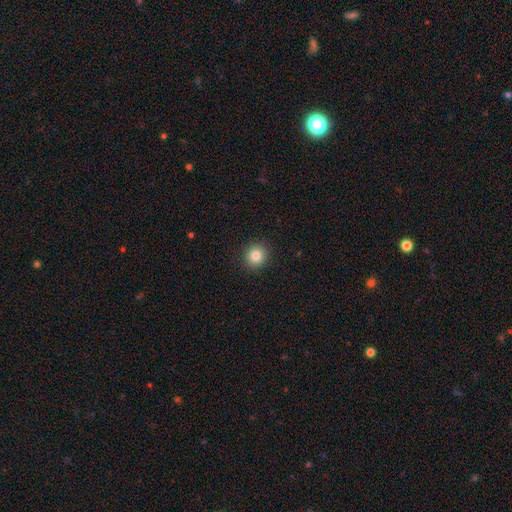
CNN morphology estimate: Smooth or featured? smooth (83%)
How rounded? round (88%)
Merging? none (92%)